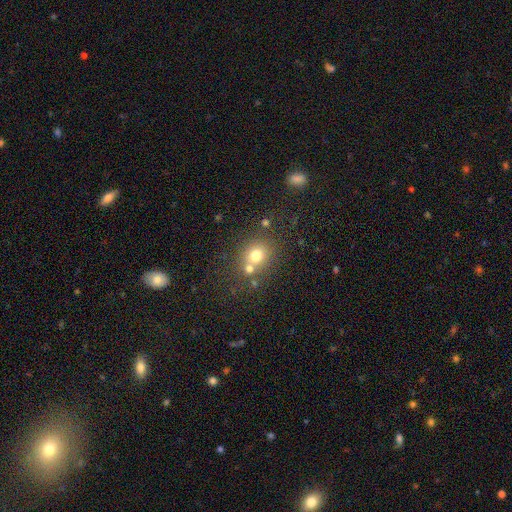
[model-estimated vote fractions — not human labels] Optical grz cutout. It shows a smooth galaxy with no disk features (72%) that is round (76%). Merging: none (57%).